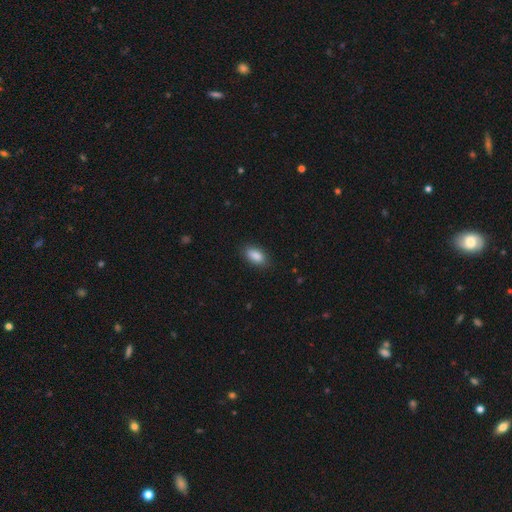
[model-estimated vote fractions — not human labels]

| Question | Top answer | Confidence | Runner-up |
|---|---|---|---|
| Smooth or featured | smooth | 88% | star or artifact (7%) |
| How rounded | in between | 91% | cigar-shaped (5%) |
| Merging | none | 87% | minor disturbance (10%) |